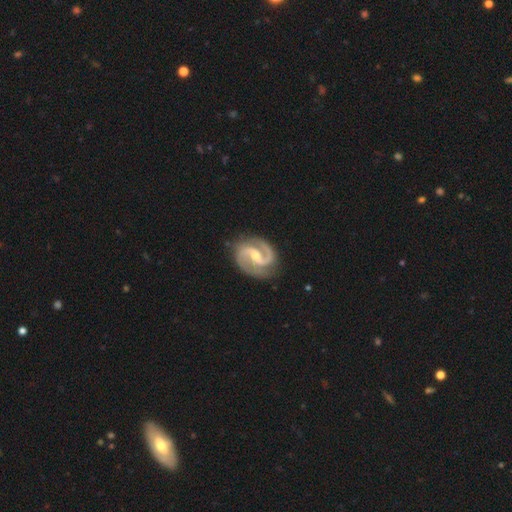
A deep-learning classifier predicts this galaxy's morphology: smooth-or-featured: featured or disk: 94% | star or artifact: 4% | smooth: 3%
  disk-edge-on: no: 98% | yes: 2%
    bar: weak: 45% | strong: 33% | no: 22%
    has-spiral-arms: yes: 99% | no: 1%
      spiral-winding: medium: 63% | tight: 25% | loose: 12%
      spiral-arm-count: 2: 94% | 3: 1% | can't tell: 1% | 1: 1% | 4: 1% | more than 4: 1%
    bulge-size: moderate: 53% | small: 43% | large: 2% | none: 1% | dominant: 1%
  merging: none: 85% | minor disturbance: 11% | major disturbance: 3% | merger: 1%